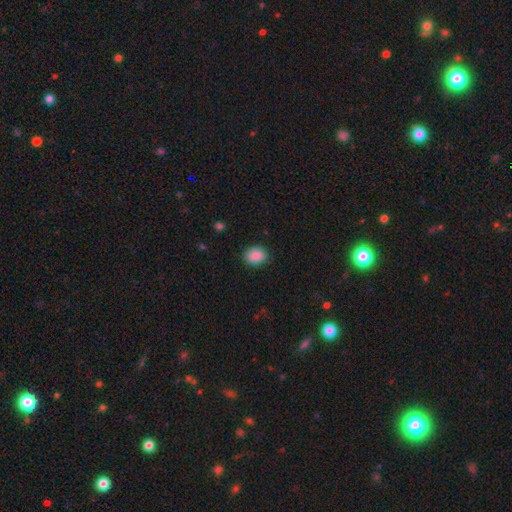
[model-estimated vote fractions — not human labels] This appears to be a smooth galaxy with no disk features (89%) that is in between round and cigar-shaped (50%). Merging: none (87%).